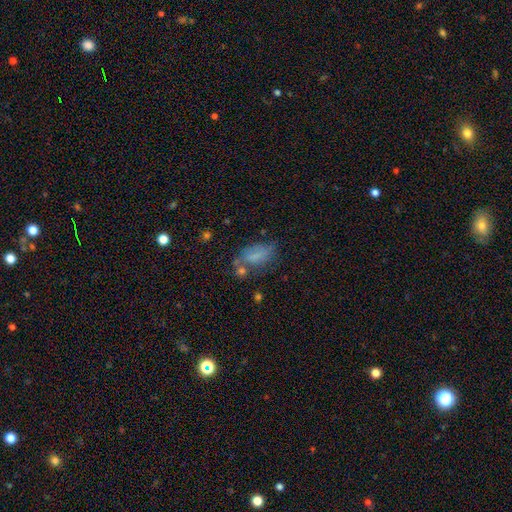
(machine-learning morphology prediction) Smooth or featured? Predicted: smooth (p=0.64). How rounded? Predicted: in between (p=0.86). Merging? Predicted: none (p=0.45).